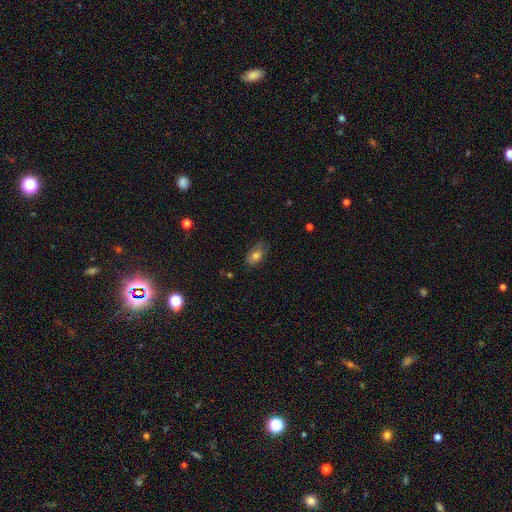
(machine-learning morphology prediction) Smooth or featured? smooth (76%)
How rounded? in between (85%)
Merging? none (67%)